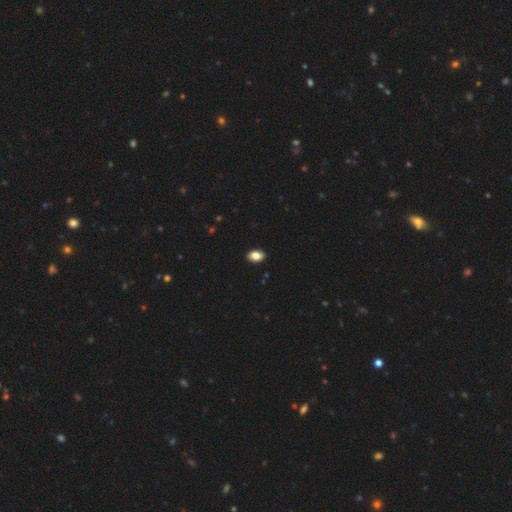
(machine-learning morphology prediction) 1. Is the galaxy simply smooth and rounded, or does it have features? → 86% smooth, 8% star or artifact, 6% featured or disk.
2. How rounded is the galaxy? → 88% in between, 11% round, 1% cigar-shaped.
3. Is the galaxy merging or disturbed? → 91% none, 7% minor disturbance, 1% major disturbance, 1% merger.